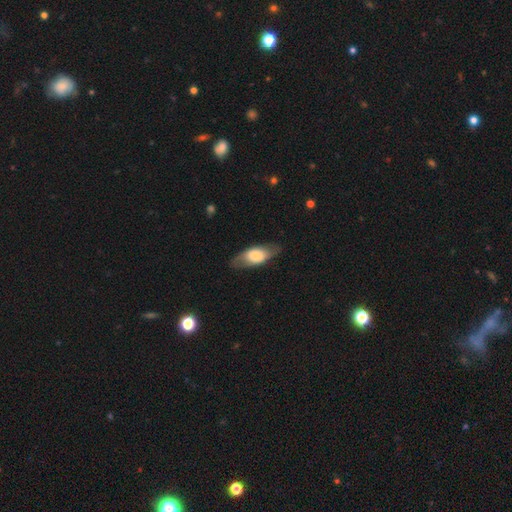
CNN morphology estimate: A smooth galaxy with no disk features (61%) that is in between round and cigar-shaped (80%). Merging: none (79%).